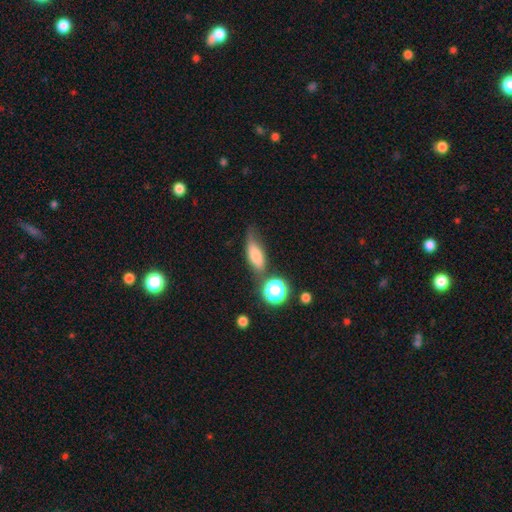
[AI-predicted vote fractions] Overall: smooth (69%). How rounded: in between (66%). Merging: none (48%; minor disturbance 29%).